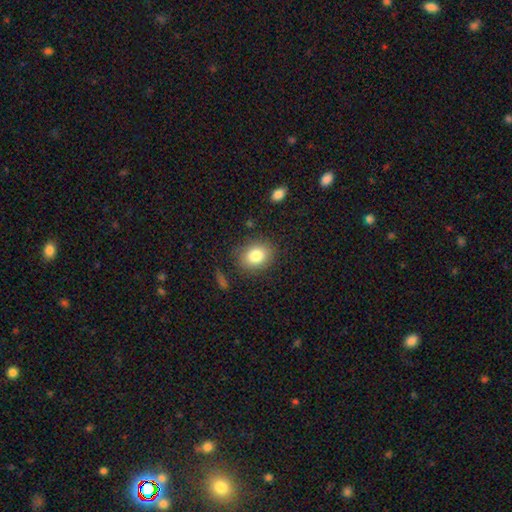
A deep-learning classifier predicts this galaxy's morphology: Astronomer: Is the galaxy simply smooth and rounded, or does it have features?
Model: smooth — 82%.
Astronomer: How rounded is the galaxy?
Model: round — 51% (runner-up: in between, 48%).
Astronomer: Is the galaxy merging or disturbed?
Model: none — 83%.